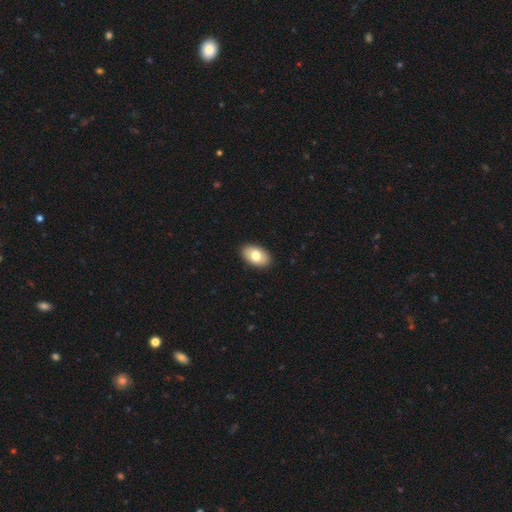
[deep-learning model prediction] Smooth or featured: smooth — 77% (featured or disk — 17%)
How rounded: in between — 93% (round — 6%)
Merging: none — 91% (minor disturbance — 7%)